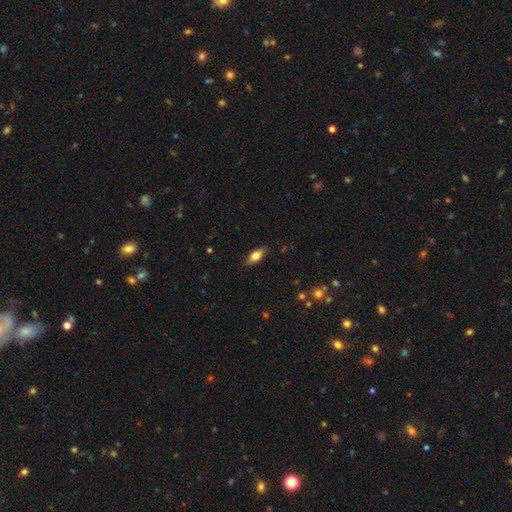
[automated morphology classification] This is likely a smooth galaxy (75%). How rounded: clearly in between (81%). Merging: clearly none (86%).